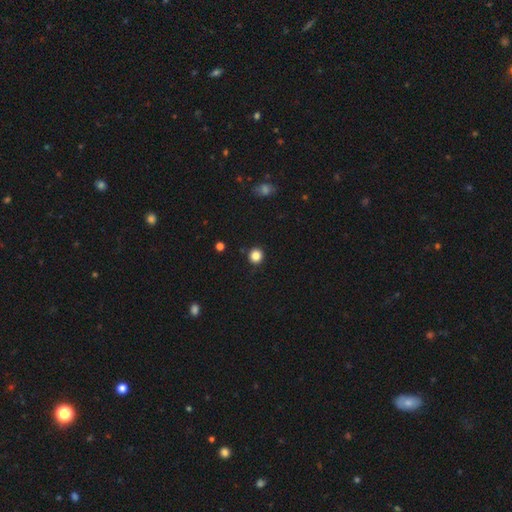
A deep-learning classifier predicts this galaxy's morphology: smooth 85%, star or artifact 12%, featured or disk 4%. Down the decision tree: how rounded — round (95%); merging — none (92%).